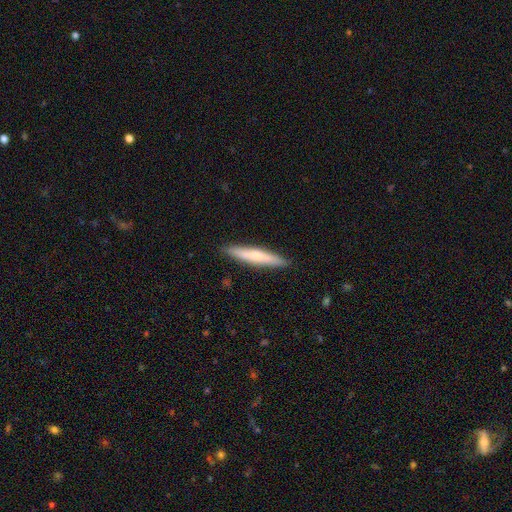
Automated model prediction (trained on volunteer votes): Morphology: type=smooth (60%); roundness=cigar-shaped (93%); merging=none (90%).